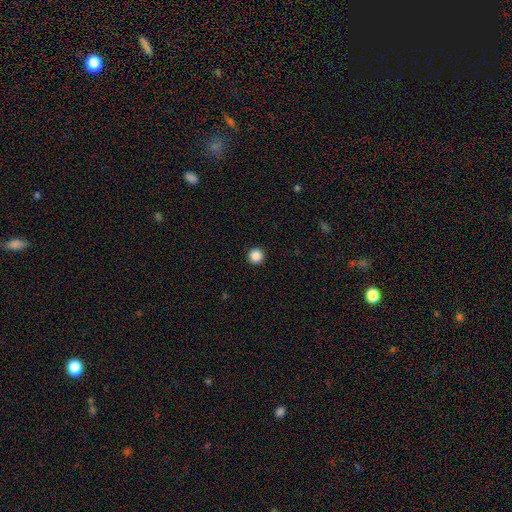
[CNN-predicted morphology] A smooth galaxy with no disk features (87%) that is round (97%).

Vote fractions:
- Smooth or featured? smooth: 87% / star or artifact: 10% / featured or disk: 3%
- How rounded? round: 97% / in between: 2% / cigar-shaped: 1%
- Merging? none: 94% / minor disturbance: 4% / major disturbance: 1% / merger: 1%